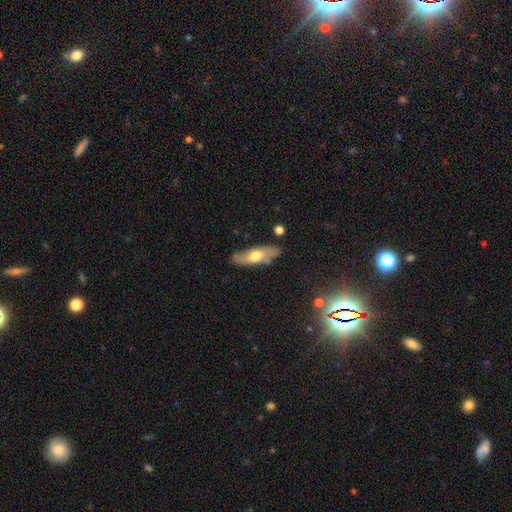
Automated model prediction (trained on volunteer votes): Overall: smooth (54%; featured or disk 40%). How rounded: in between (56%; cigar-shaped 41%). Merging: none (76%).